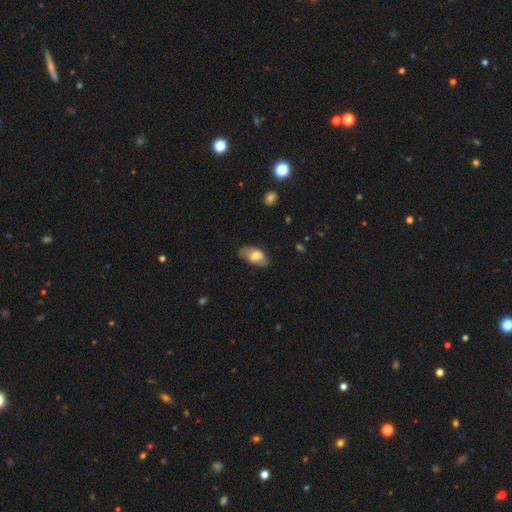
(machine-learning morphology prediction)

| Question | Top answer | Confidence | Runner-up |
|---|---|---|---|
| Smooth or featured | smooth | 68% | featured or disk (25%) |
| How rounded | in between | 92% | round (5%) |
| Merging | none | 65% | minor disturbance (25%) |